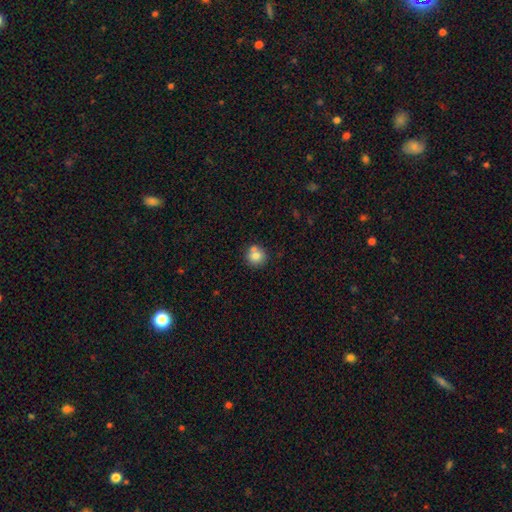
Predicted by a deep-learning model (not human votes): A smooth galaxy with no disk features (78%) that is round (90%). Merging: none (66%).